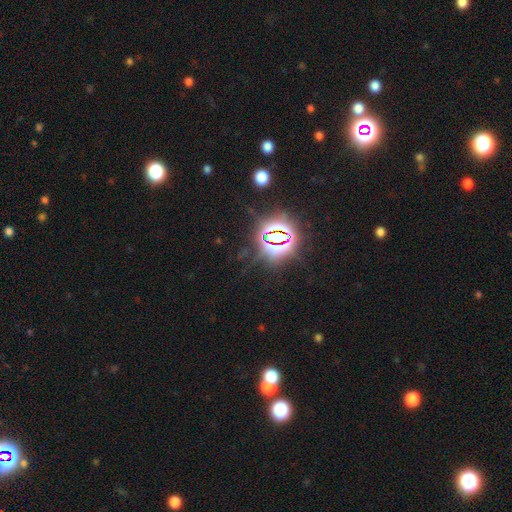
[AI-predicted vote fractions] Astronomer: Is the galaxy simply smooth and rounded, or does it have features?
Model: star or artifact — 82%.